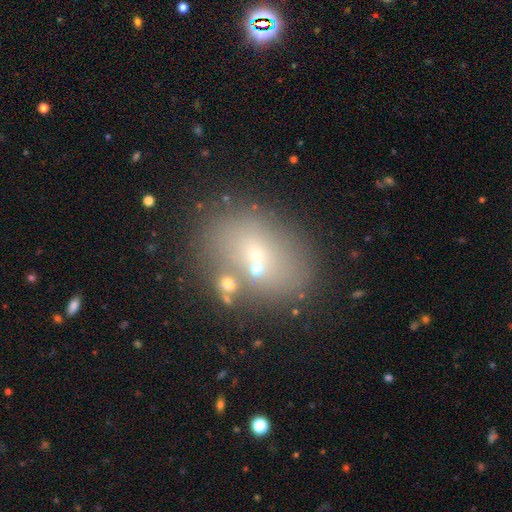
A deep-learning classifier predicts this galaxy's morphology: Smooth or featured: smooth — 55% (star or artifact — 24%)
How rounded: in between — 59% (round — 39%)
Merging: none — 68% (merger — 14%)